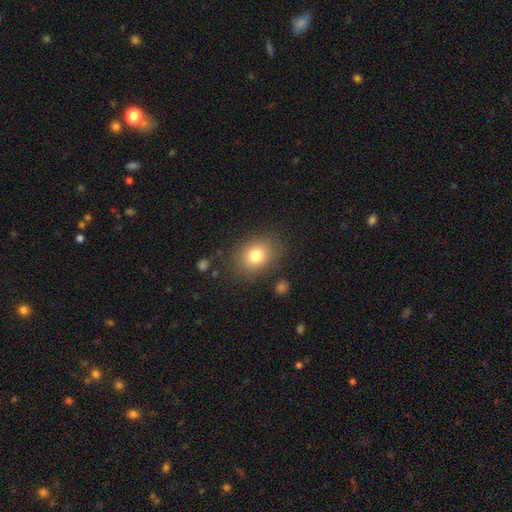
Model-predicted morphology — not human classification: A smooth galaxy with no disk features (79%) that is in between round and cigar-shaped (53%). Merging: none (82%).